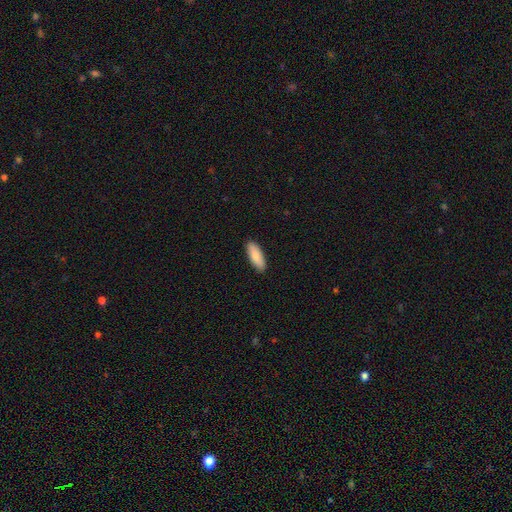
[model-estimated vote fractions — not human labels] This is clearly a smooth galaxy (84%). How rounded: likely in between (68%). Merging: clearly none (90%).